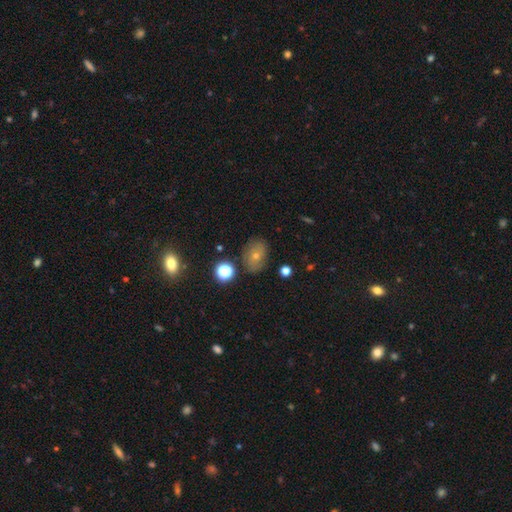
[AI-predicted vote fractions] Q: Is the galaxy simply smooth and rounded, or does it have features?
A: smooth — 57%.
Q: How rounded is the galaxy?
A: in between — 67%.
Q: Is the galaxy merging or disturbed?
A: none — 75%.